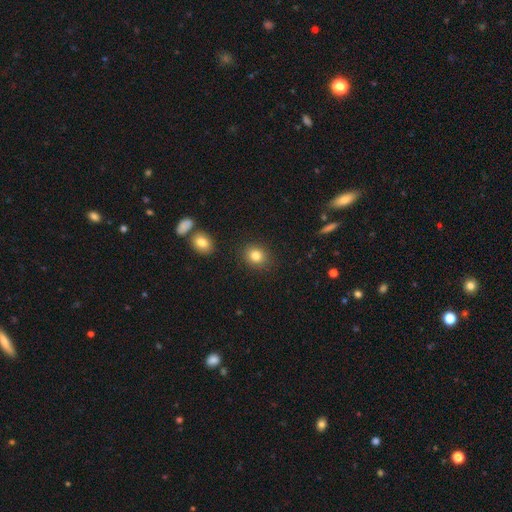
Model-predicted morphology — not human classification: A smooth galaxy with no disk features (82%) that is round (68%).

Vote fractions:
- Smooth or featured? smooth: 82% / star or artifact: 11% / featured or disk: 7%
- How rounded? round: 68% / in between: 31% / cigar-shaped: 1%
- Merging? none: 87% / minor disturbance: 8% / merger: 2% / major disturbance: 2%